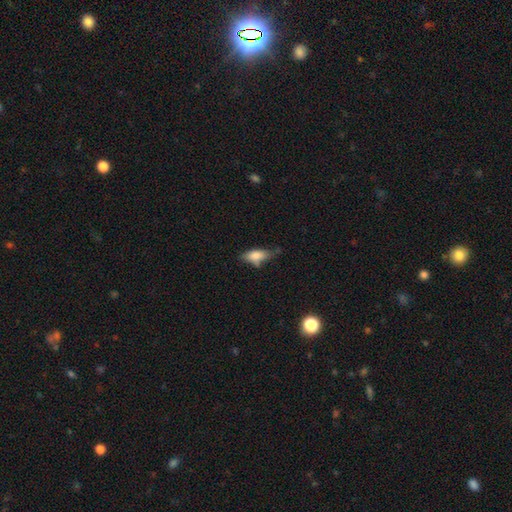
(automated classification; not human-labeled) smooth 76%, featured or disk 17%, star or artifact 8%. Down the decision tree: how rounded — in between (75%); merging — none (53%).